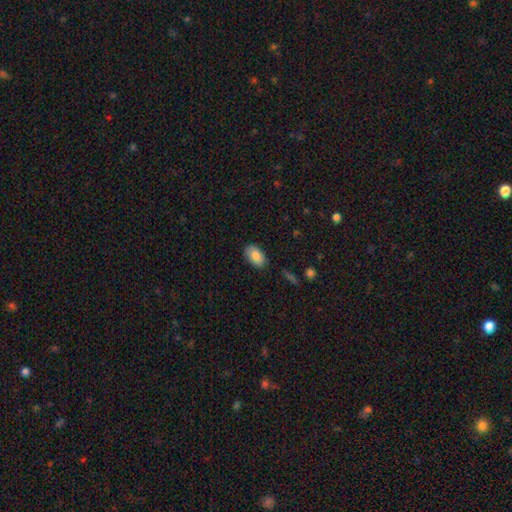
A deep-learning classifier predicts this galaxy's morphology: Smooth or featured? Predicted: smooth (p=0.82). How rounded? Predicted: in between (p=0.91). Merging? Predicted: none (p=0.81).